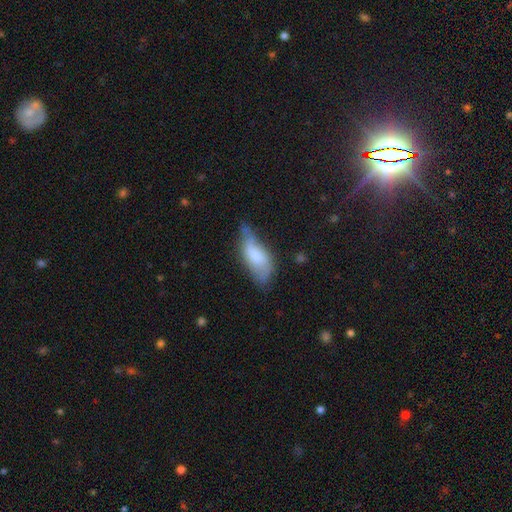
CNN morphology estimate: A smooth galaxy with no disk features (67%) that is in between round and cigar-shaped (78%).

Vote fractions:
- Smooth or featured? smooth: 67% / featured or disk: 26% / star or artifact: 7%
- How rounded? in between: 78% / cigar-shaped: 20% / round: 2%
- Merging? minor disturbance: 42% / none: 40% / major disturbance: 15% / merger: 4%